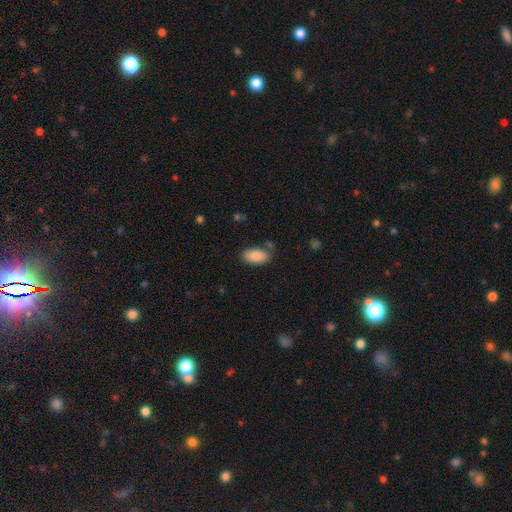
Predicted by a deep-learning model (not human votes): This appears to be a smooth galaxy with no disk features (88%) that is in between round and cigar-shaped (94%). Merging: none (78%).